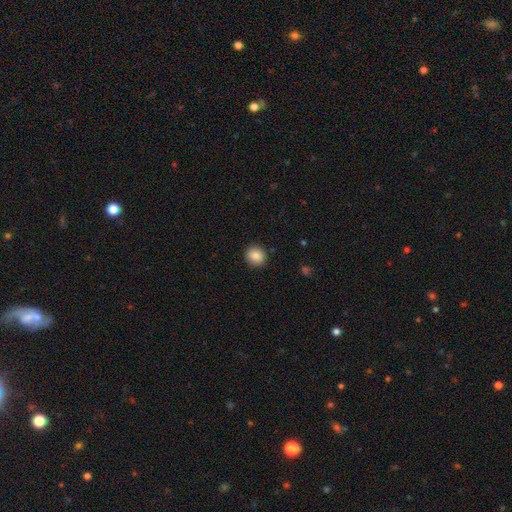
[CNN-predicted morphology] Smooth or featured? smooth (86%)
How rounded? round (84%)
Merging? none (90%)